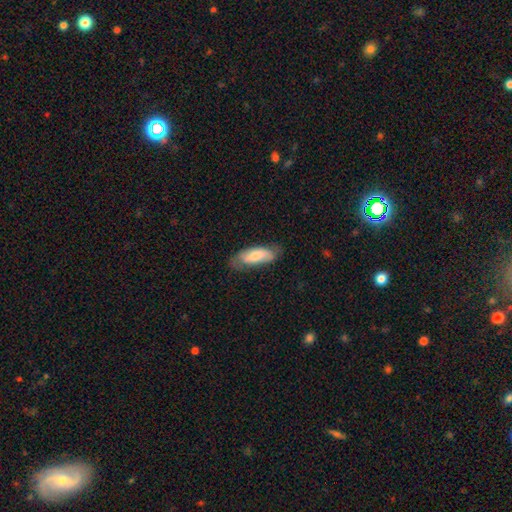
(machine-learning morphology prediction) Overall: smooth (70%). How rounded: in between (70%). Merging: none (66%; minor disturbance 26%).